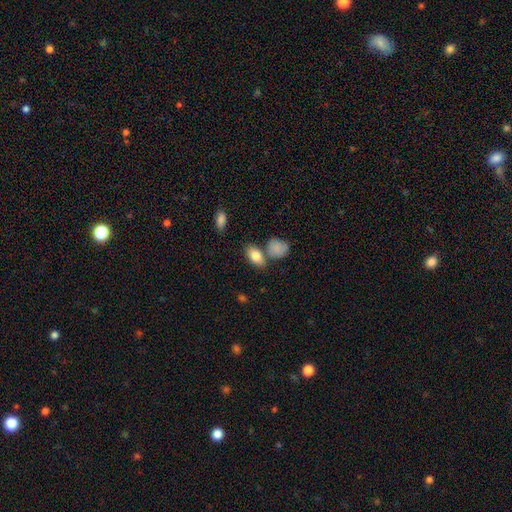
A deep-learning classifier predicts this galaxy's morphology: Q: Smooth or featured?
A: smooth (81%); runner-up: featured or disk (11%)
Q: How rounded?
A: in between (87%); runner-up: round (9%)
Q: Merging?
A: none (65%); runner-up: merger (17%)